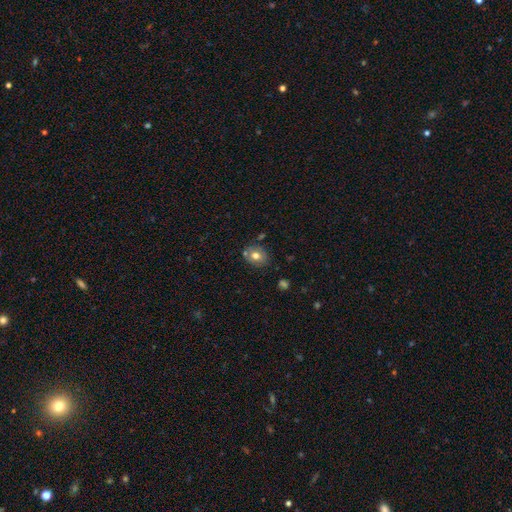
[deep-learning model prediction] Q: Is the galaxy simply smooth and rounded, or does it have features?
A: smooth — 66%.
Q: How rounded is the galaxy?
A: round — 52%.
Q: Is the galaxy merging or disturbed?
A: none — 73%.